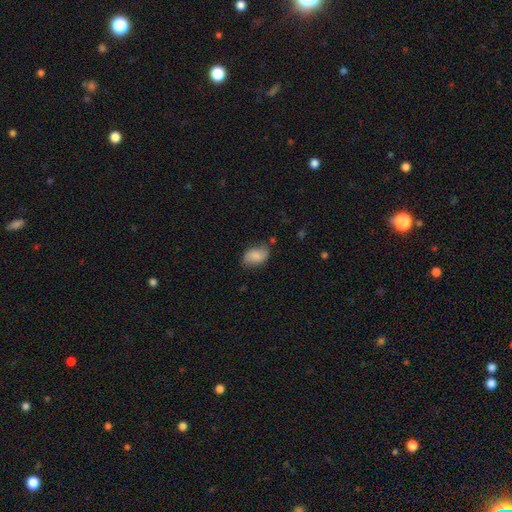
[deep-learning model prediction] A smooth galaxy with no disk features (75%) that is in between round and cigar-shaped (89%).

Vote fractions:
- Smooth or featured? smooth: 75% / featured or disk: 17% / star or artifact: 8%
- How rounded? in between: 89% / round: 10% / cigar-shaped: 2%
- Merging? none: 68% / minor disturbance: 24% / major disturbance: 6% / merger: 3%